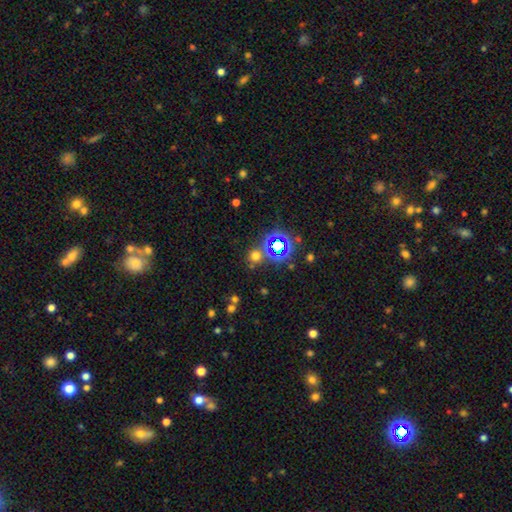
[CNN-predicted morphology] A smooth galaxy with no disk features (55%) that is round (88%).

Vote fractions:
- Smooth or featured? smooth: 55% / star or artifact: 38% / featured or disk: 8%
- How rounded? round: 88% / in between: 10% / cigar-shaped: 1%
- Merging? none: 75% / merger: 12% / minor disturbance: 8% / major disturbance: 4%